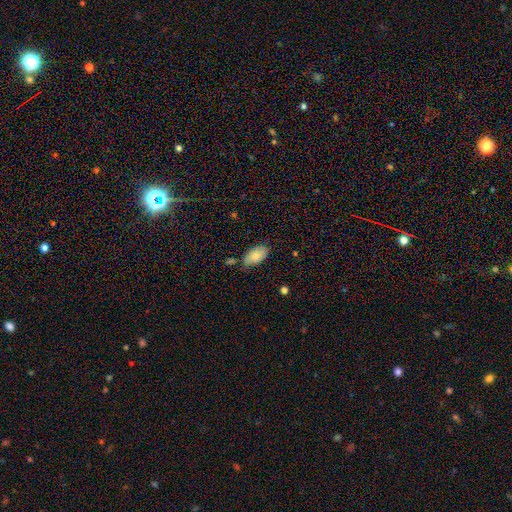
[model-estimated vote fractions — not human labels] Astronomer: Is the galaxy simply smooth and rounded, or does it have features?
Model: smooth — 83%.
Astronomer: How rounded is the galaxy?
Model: in between — 95%.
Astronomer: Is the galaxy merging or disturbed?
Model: none — 60%.